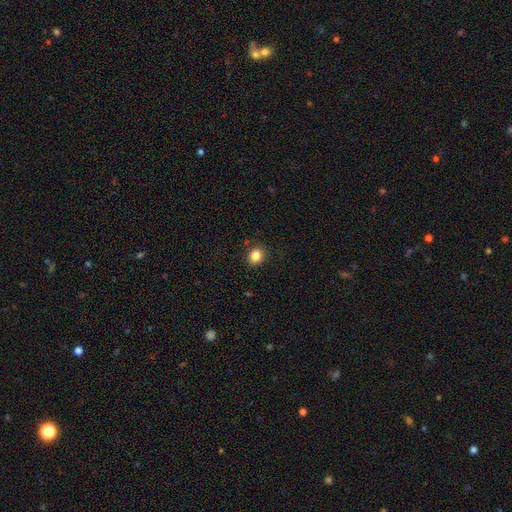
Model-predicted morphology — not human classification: Smooth or featured? smooth (85%)
How rounded? round (67%)
Merging? none (88%)